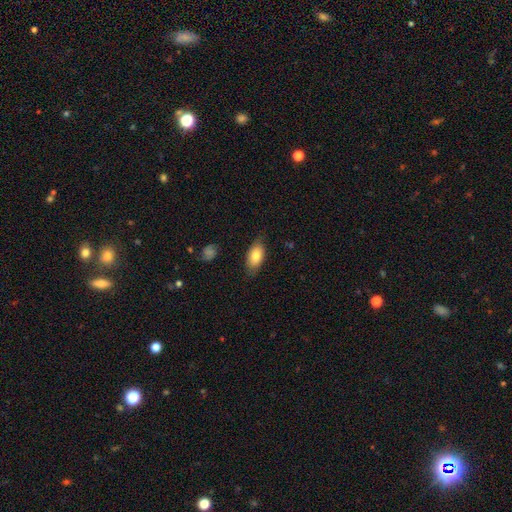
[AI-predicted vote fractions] This appears to be a smooth galaxy with no disk features (78%) that is in between round and cigar-shaped (91%). Merging: none (76%).